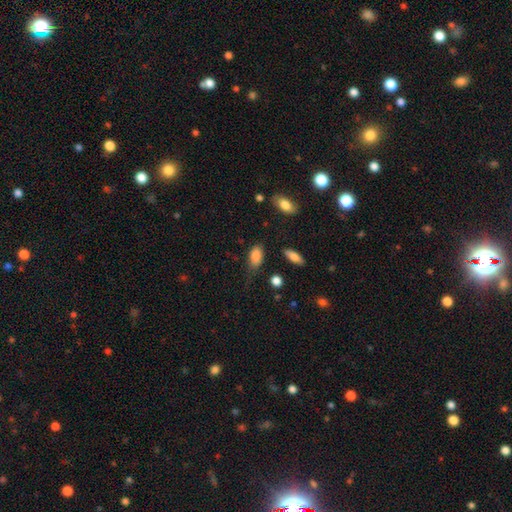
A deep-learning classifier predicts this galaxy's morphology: A smooth galaxy with no disk features (84%) that is in between round and cigar-shaped (90%).

Vote fractions:
- Smooth or featured? smooth: 84% / featured or disk: 8% / star or artifact: 8%
- How rounded? in between: 90% / round: 6% / cigar-shaped: 4%
- Merging? none: 57% / minor disturbance: 30% / major disturbance: 9% / merger: 3%